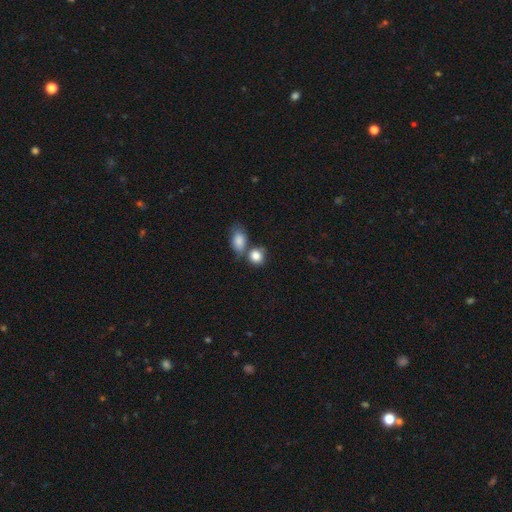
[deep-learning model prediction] Overall: smooth (85%). How rounded: round (66%; in between 32%). Merging: none (49%; merger 35%).